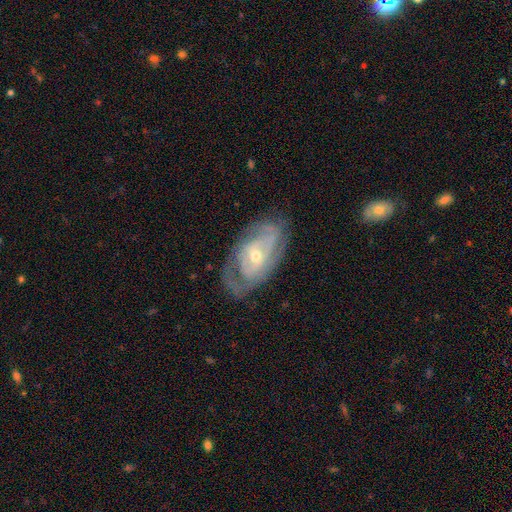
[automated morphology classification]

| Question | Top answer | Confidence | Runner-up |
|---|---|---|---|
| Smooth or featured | featured or disk | 80% | smooth (15%) |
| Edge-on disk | no | 93% | yes (7%) |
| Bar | no | 59% | weak (31%) |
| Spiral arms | yes | 82% | no (18%) |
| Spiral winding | tight | 57% | medium (32%) |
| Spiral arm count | can't tell | 40% | 2 (36%) |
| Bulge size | small | 53% | moderate (44%) |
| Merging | none | 67% | minor disturbance (21%) |